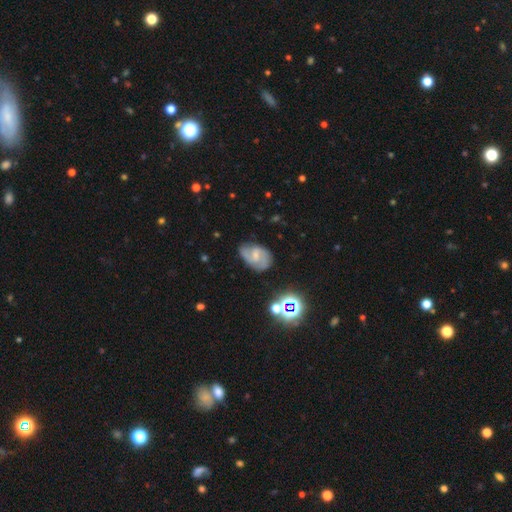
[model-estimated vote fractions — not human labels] This appears to be a featured or disk galaxy (68%) with a weak bar (56%), 2 (76%) medium (48%) spiral arms (90%) and a small central bulge (47%). Merging: none (64%).